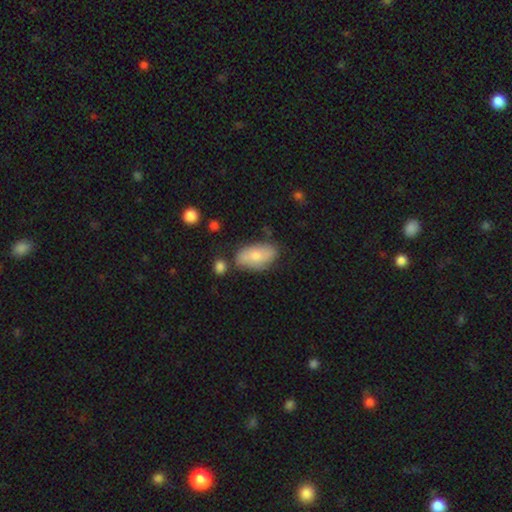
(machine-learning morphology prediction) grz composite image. It shows a smooth galaxy with no disk features (71%) that is in between round and cigar-shaped (93%). Merging: none (65%).